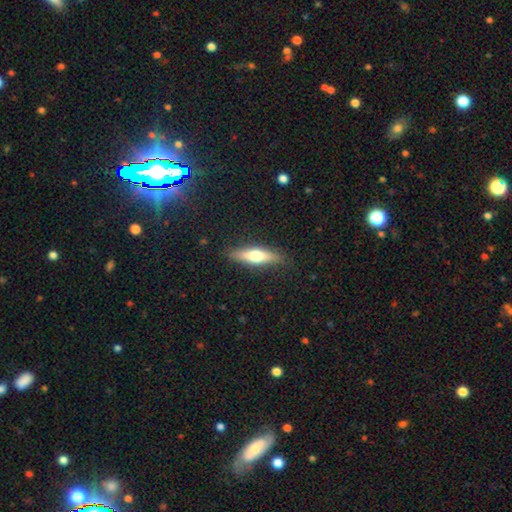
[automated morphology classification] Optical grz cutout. It shows a smooth galaxy with no disk features (51%) that is cigar-shaped (69%). Merging: none (88%).